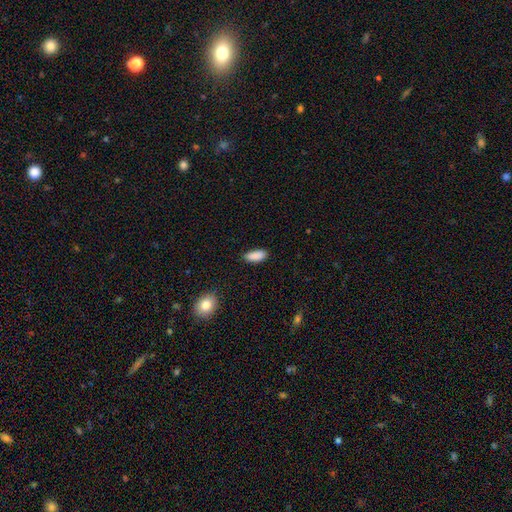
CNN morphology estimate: This is clearly a smooth galaxy (88%). How rounded: clearly in between (82%). Merging: clearly none (80%).